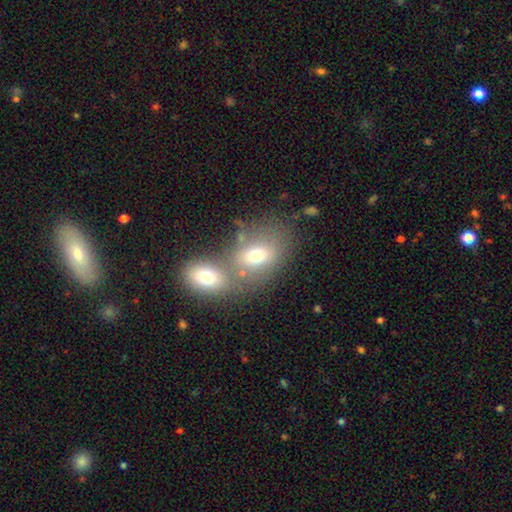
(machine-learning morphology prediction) The model was most divided on "merging": merger: 48%, none: 36%, minor disturbance: 10%, major disturbance: 5%. More confident: how rounded — in between (76%); smooth or featured — smooth (70%).